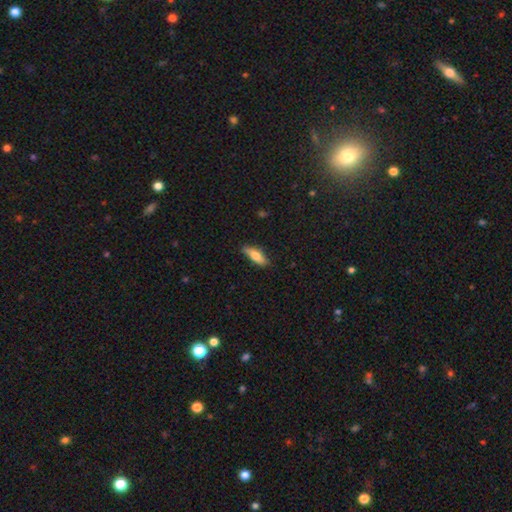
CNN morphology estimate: A smooth galaxy with no disk features (64%) that is in between round and cigar-shaped (53%).

Vote fractions:
- Smooth or featured? smooth: 64% / featured or disk: 30% / star or artifact: 6%
- How rounded? in between: 53% / cigar-shaped: 45% / round: 3%
- Merging? none: 83% / minor disturbance: 14% / major disturbance: 2% / merger: 1%